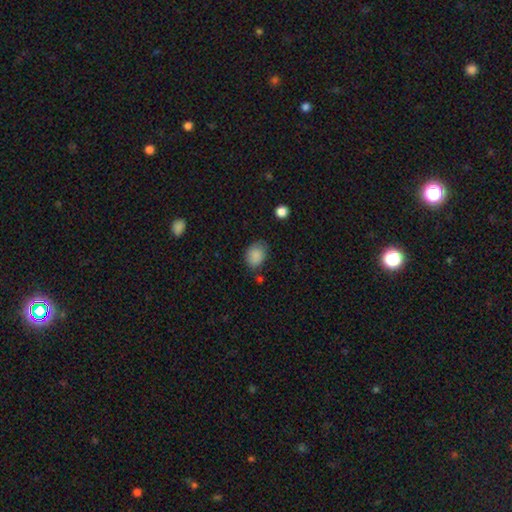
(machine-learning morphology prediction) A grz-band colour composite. It shows a smooth galaxy with no disk features (87%) that is in between round and cigar-shaped (67%). Merging: none (65%).